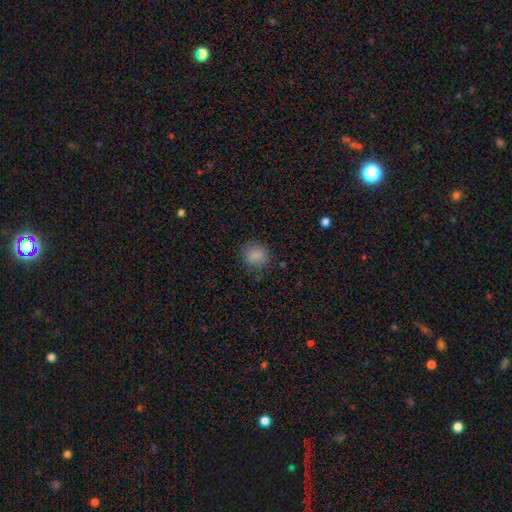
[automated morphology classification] smooth-or-featured: smooth: 84% | star or artifact: 10% | featured or disk: 6%
  how-rounded: round: 66% | in between: 32% | cigar-shaped: 1%
  merging: none: 76% | minor disturbance: 17% | major disturbance: 6% | merger: 1%